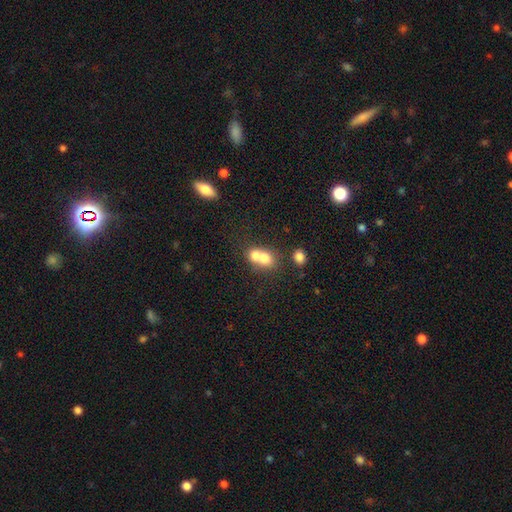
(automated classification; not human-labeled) Smooth or featured? Predicted: smooth (p=0.70). How rounded? Predicted: round (p=0.56). Merging? Predicted: merger (p=0.71).